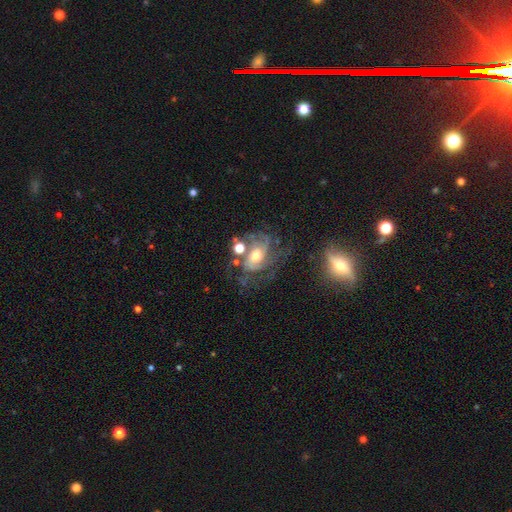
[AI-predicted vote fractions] Smooth or featured?
  - featured or disk: 80% *
  - smooth: 11%
  - star or artifact: 9%
Edge-on disk?
  - no: 97% *
  - yes: 3%
Bar?
  - no: 64% *
  - weak: 29%
  - strong: 7%
Spiral arms?
  - yes: 92% *
  - no: 8%
Spiral winding?
  - tight: 49% *
  - medium: 39%
  - loose: 12%
Spiral arm count?
  - can't tell: 32% *
  - 3: 24%
  - 2: 23%
  - 4: 10%
  - 1: 6%
  - more than 4: 6%
Bulge size?
  - moderate: 63% *
  - small: 22%
  - large: 11%
  - none: 2%
  - dominant: 1%
Merging?
  - none: 48% *
  - major disturbance: 21%
  - minor disturbance: 19%
  - merger: 12%